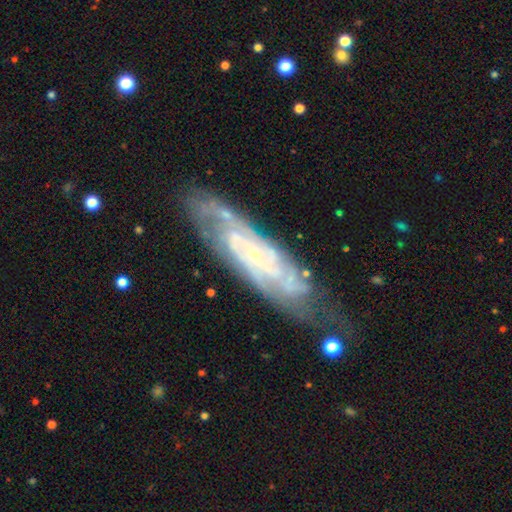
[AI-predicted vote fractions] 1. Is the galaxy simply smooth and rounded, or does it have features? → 86% featured or disk, 8% smooth, 6% star or artifact.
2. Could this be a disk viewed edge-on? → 85% no, 15% yes.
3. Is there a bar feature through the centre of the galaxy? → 64% no, 27% weak, 9% strong.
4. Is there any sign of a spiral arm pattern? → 96% yes, 4% no.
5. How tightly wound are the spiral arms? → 69% tight, 26% medium, 5% loose.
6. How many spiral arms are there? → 34% can't tell, 21% 2, 18% 3, 15% 4, 7% more than 4, 5% 1.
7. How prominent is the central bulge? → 83% small, 11% moderate, 4% none, 1% large, 1% dominant.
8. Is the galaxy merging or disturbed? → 73% none, 19% minor disturbance, 6% major disturbance, 2% merger.